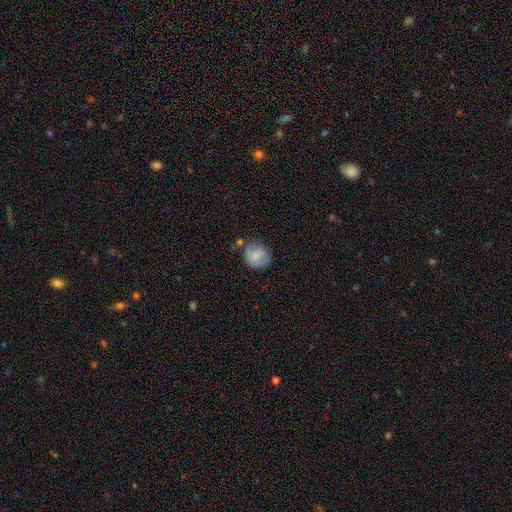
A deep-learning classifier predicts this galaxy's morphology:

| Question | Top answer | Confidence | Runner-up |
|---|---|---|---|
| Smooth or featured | smooth | 79% | featured or disk (13%) |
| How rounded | round | 84% | in between (16%) |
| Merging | none | 61% | minor disturbance (24%) |